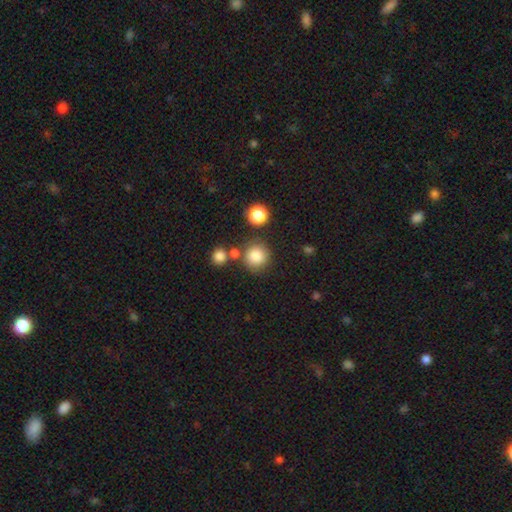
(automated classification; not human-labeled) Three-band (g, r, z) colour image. It shows a smooth galaxy with no disk features (84%) that is round (91%). Merging: none (76%).